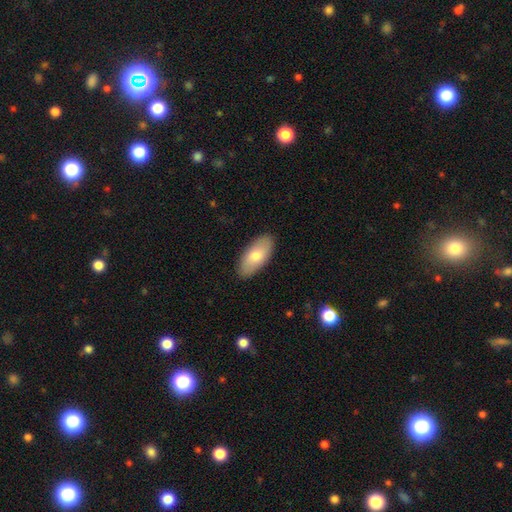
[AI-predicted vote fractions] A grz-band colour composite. It shows a smooth galaxy with no disk features (74%) that is in between round and cigar-shaped (91%). Merging: none (88%).